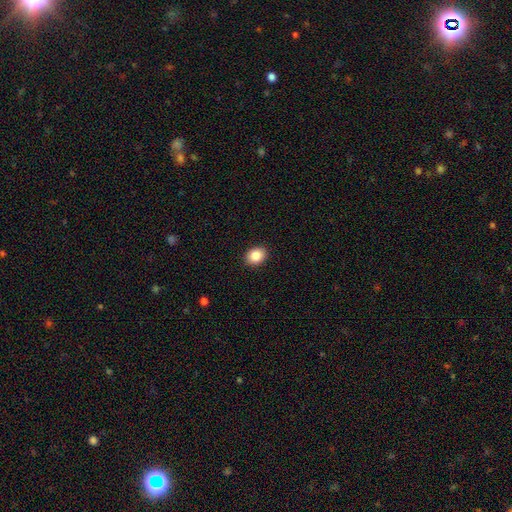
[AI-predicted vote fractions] smooth_or_featured: smooth (p=0.86) [alt: star or artifact p=0.09]
how_rounded: in between (p=0.59) [alt: round p=0.40]
merging: none (p=0.91) [alt: minor disturbance p=0.07]